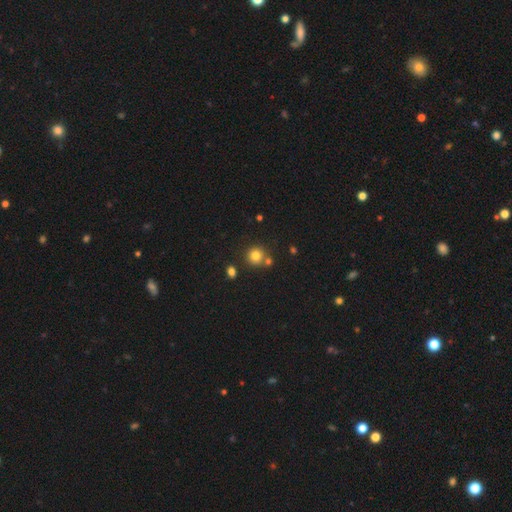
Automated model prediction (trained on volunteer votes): Smooth or featured?
  - smooth: 79% *
  - star or artifact: 13%
  - featured or disk: 8%
How rounded?
  - round: 91% *
  - in between: 8%
  - cigar-shaped: 1%
Merging?
  - none: 71% *
  - merger: 17%
  - minor disturbance: 9%
  - major disturbance: 3%